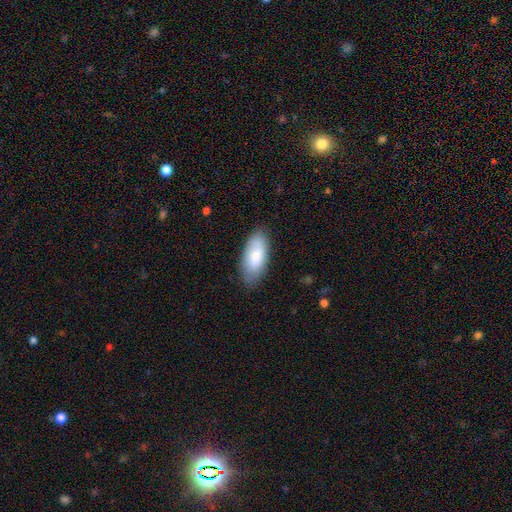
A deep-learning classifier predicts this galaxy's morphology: A smooth galaxy with no disk features (79%) that is in between round and cigar-shaped (90%).

Vote fractions:
- Smooth or featured? smooth: 79% / featured or disk: 15% / star or artifact: 6%
- How rounded? in between: 90% / cigar-shaped: 8% / round: 2%
- Merging? none: 80% / minor disturbance: 15% / major disturbance: 3% / merger: 1%